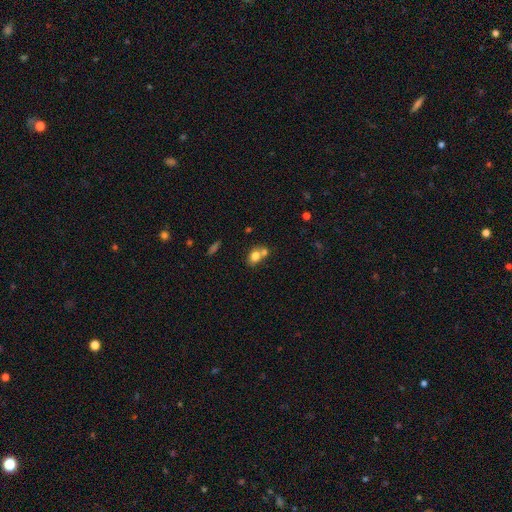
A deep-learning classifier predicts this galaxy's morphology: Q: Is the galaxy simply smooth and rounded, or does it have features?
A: smooth — 77%.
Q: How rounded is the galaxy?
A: in between — 57%.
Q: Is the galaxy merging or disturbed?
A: merger — 47%.